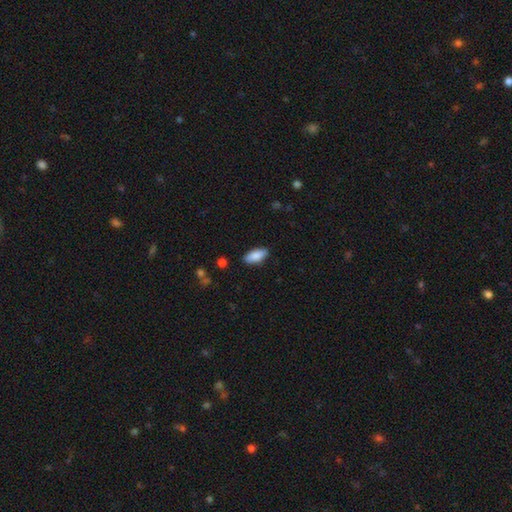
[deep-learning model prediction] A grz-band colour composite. It shows a smooth galaxy with no disk features (86%) that is in between round and cigar-shaped (85%). Merging: none (86%).